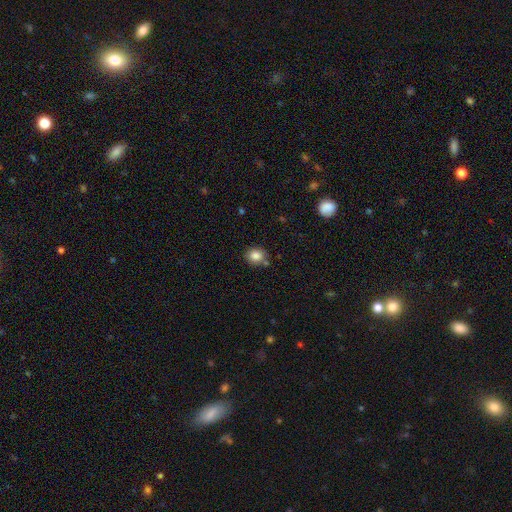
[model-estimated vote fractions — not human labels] Q: Smooth or featured?
A: smooth (84%); runner-up: star or artifact (10%)
Q: How rounded?
A: round (70%); runner-up: in between (29%)
Q: Merging?
A: none (76%); runner-up: minor disturbance (13%)